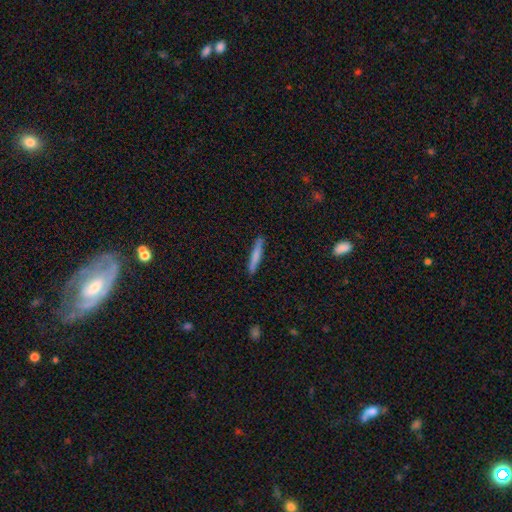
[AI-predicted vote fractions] This appears to be a smooth galaxy with no disk features (72%) that is cigar-shaped (94%). Merging: none (87%).